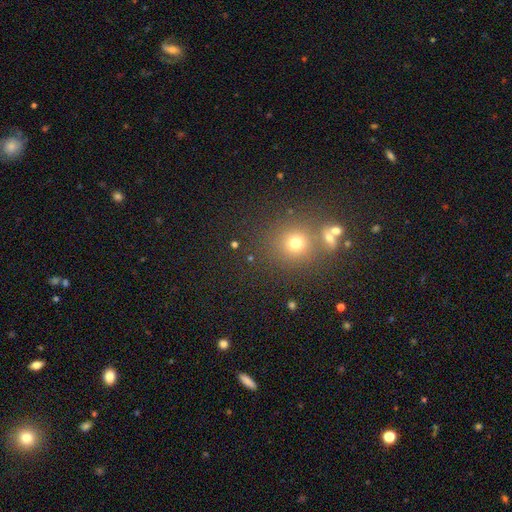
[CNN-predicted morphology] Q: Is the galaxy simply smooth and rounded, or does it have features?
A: smooth — 59%.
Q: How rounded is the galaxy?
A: round — 88%.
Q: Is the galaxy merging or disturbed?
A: none — 72%.